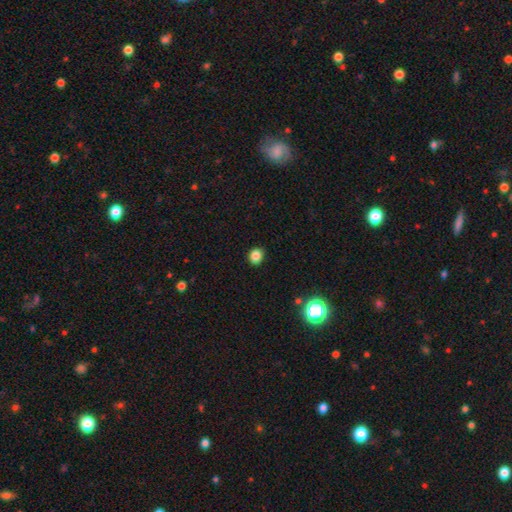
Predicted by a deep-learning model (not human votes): This appears to be a smooth galaxy with no disk features (84%) that is round (71%). Merging: none (90%).